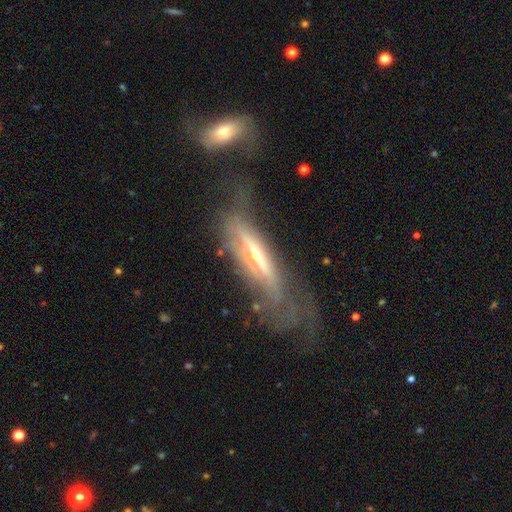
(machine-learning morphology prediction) smooth-or-featured: featured or disk: 73% | smooth: 20% | star or artifact: 7%
  disk-edge-on: yes: 69% | no: 31%
    edge-on-bulge: rounded: 77% | none: 17% | boxy: 6%
  merging: none: 37% | major disturbance: 31% | minor disturbance: 24% | merger: 8%